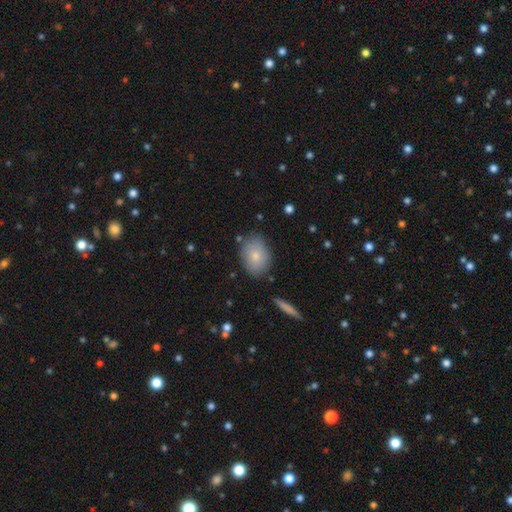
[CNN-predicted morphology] smooth 78%, featured or disk 14%, star or artifact 8%. Down the decision tree: how rounded — in between (73%); merging — none (80%).